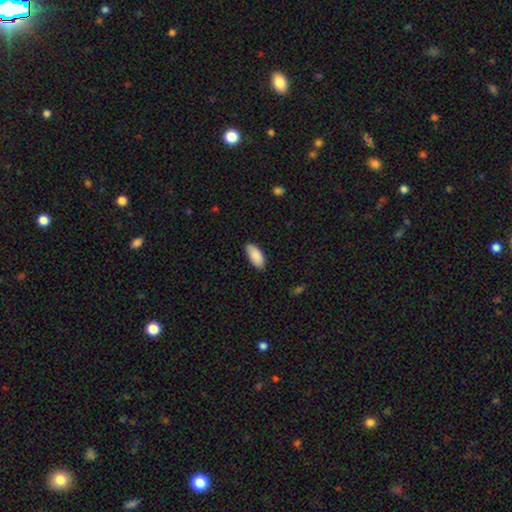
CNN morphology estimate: Q: Smooth or featured?
A: smooth (90%); runner-up: star or artifact (6%)
Q: How rounded?
A: in between (91%); runner-up: cigar-shaped (8%)
Q: Merging?
A: none (84%); runner-up: minor disturbance (13%)